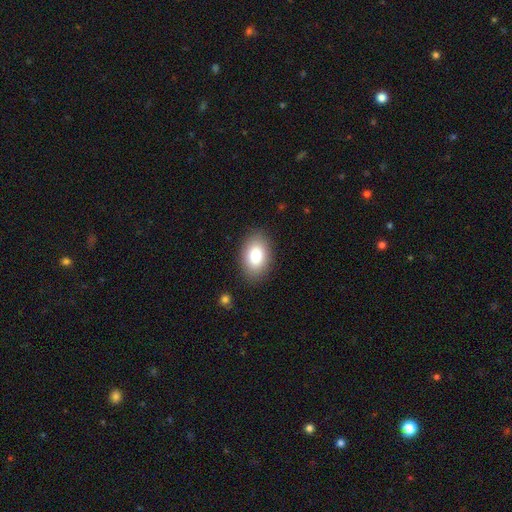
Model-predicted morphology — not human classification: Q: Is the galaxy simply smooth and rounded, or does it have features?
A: smooth — 83%.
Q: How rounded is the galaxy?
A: in between — 88%.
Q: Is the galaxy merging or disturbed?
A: none — 87%.